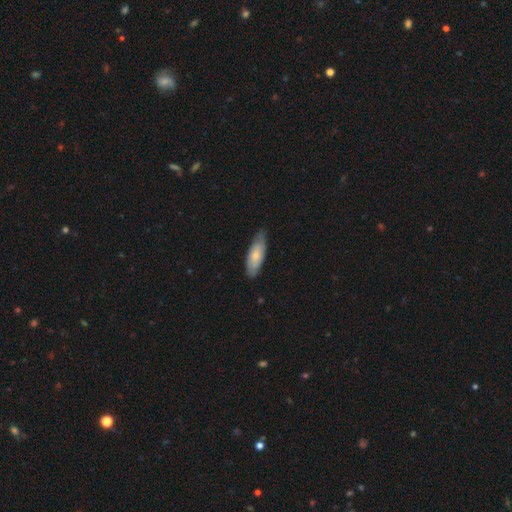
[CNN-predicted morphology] smooth-or-featured: smooth: 68% | featured or disk: 27% | star or artifact: 5%
  how-rounded: in between: 71% | cigar-shaped: 27% | round: 2%
  merging: none: 73% | minor disturbance: 23% | major disturbance: 3% | merger: 1%